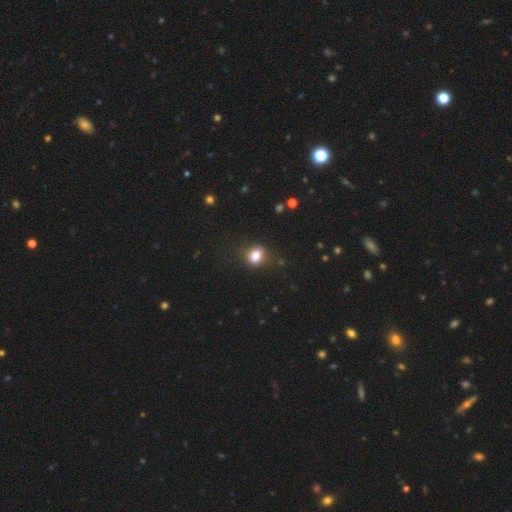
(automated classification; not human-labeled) Morphology: type=smooth (81%); roundness=round (52%); merging=none (78%).